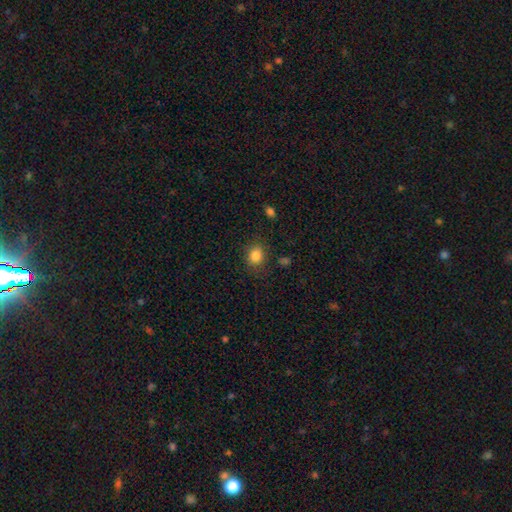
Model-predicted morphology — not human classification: A smooth galaxy with no disk features (83%) that is round (64%). Merging: none (82%).